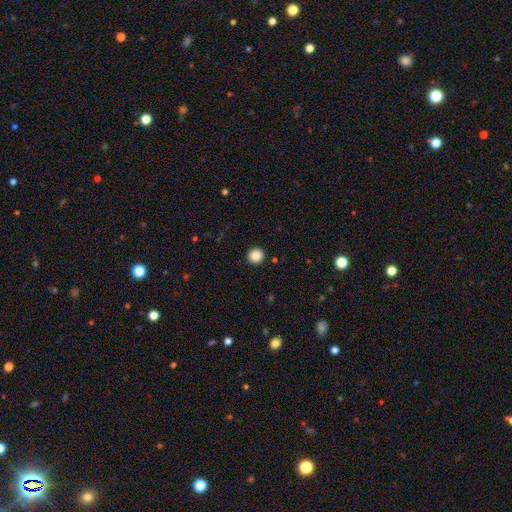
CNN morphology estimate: smooth-or-featured: smooth: 88% | star or artifact: 10% | featured or disk: 3%
  how-rounded: round: 94% | in between: 5% | cigar-shaped: 1%
  merging: none: 93% | minor disturbance: 5% | major disturbance: 2% | merger: 1%